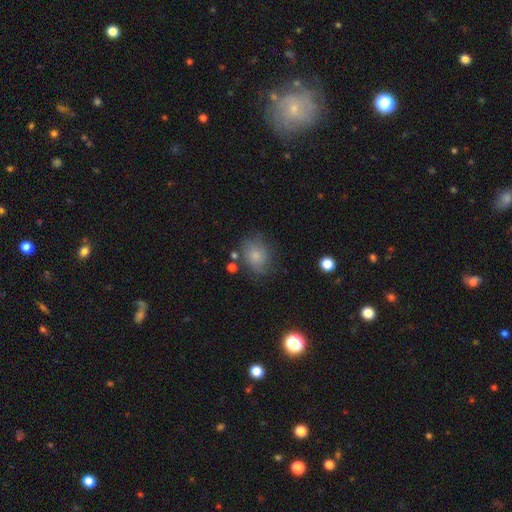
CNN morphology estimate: A smooth galaxy with no disk features (73%) that is in between round and cigar-shaped (53%).

Vote fractions:
- Smooth or featured? smooth: 73% / featured or disk: 17% / star or artifact: 10%
- How rounded? in between: 53% / round: 46% / cigar-shaped: 1%
- Merging? none: 64% / minor disturbance: 23% / major disturbance: 9% / merger: 4%